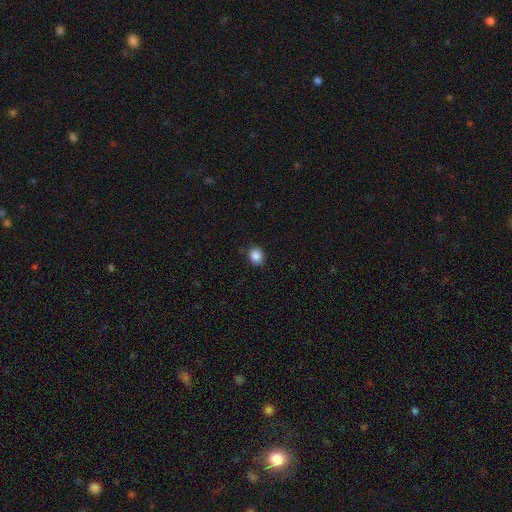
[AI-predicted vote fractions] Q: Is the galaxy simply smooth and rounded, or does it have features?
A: smooth — 87%.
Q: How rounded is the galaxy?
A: round — 64%.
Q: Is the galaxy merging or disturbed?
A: none — 87%.